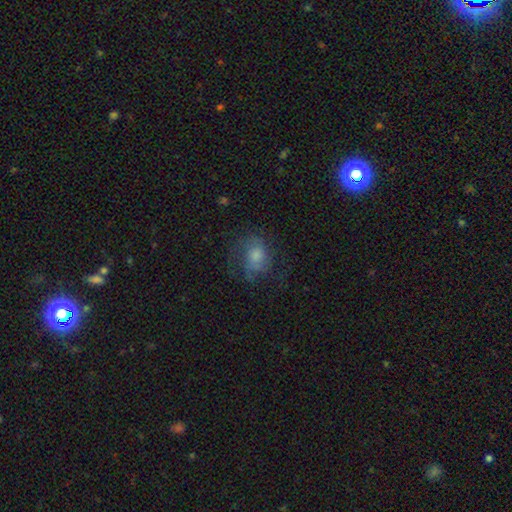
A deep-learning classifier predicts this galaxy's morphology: smooth 48%, featured or disk 35%, star or artifact 17%. Down the decision tree: merging — none (60%).